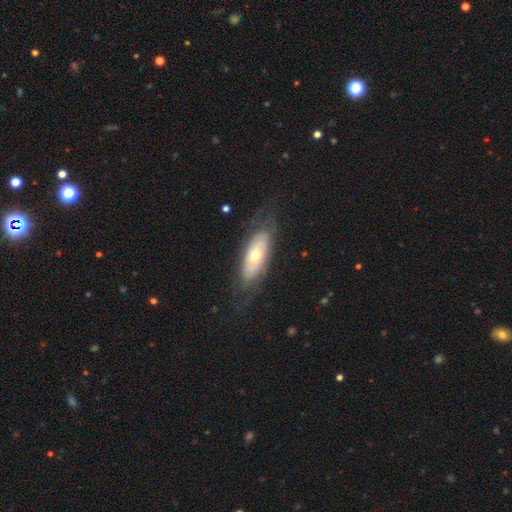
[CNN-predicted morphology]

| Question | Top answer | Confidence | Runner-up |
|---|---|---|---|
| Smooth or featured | featured or disk | 54% | smooth (40%) |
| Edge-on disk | no | 78% | yes (22%) |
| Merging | none | 69% | minor disturbance (19%) |